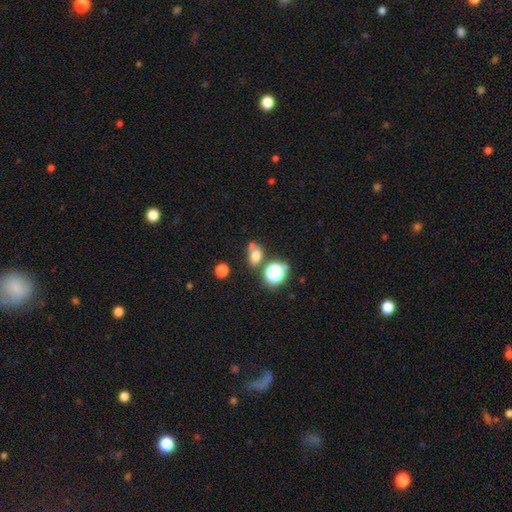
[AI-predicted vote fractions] Morphology: type=smooth (68%); roundness=in between (58%); merging=none (51%).